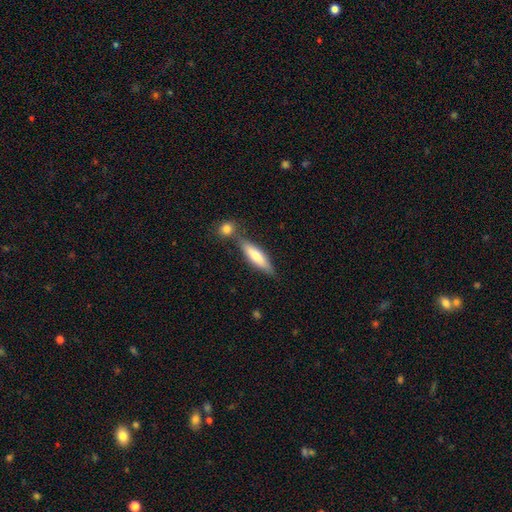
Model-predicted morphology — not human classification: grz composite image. It shows a smooth galaxy with no disk features (63%) that is cigar-shaped (68%). Merging: none (65%).